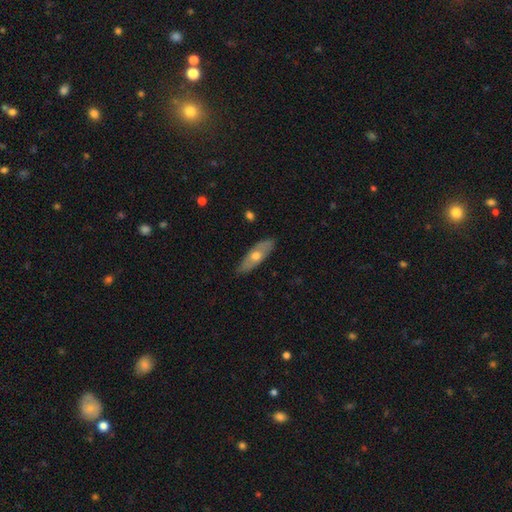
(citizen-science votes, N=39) Smooth or featured?
  - smooth: 56% *
  - featured or disk: 41%
  - star or artifact: 3%
How rounded?
  - in between: 55% *
  - cigar-shaped: 36%
  - round: 9%
Merging?
  - none: 76% *
  - minor disturbance: 18%
  - major disturbance: 5%
  - merger: 0%